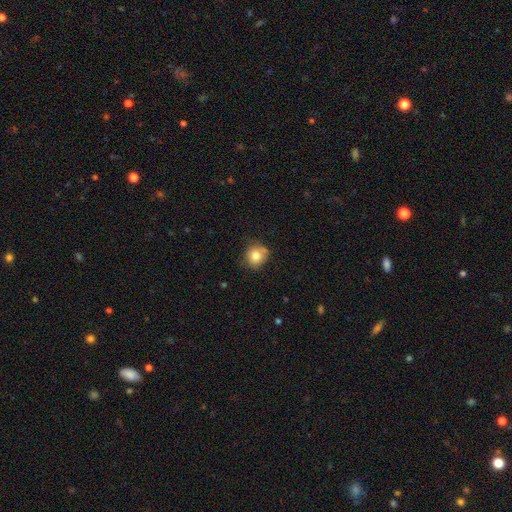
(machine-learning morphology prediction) Smooth or featured? smooth (79%)
How rounded? round (83%)
Merging? none (66%)